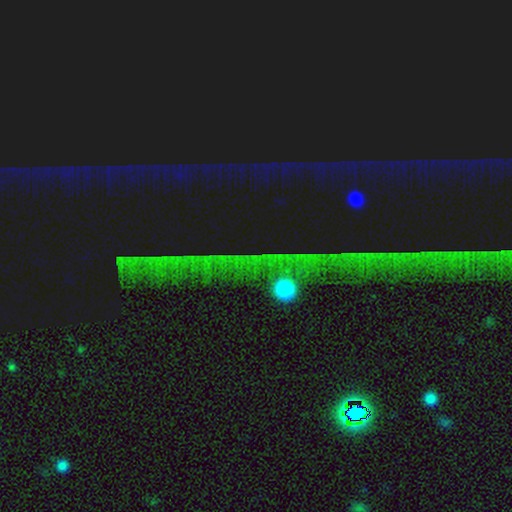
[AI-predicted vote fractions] This is clearly a star or artifact rather than a galaxy (82%).